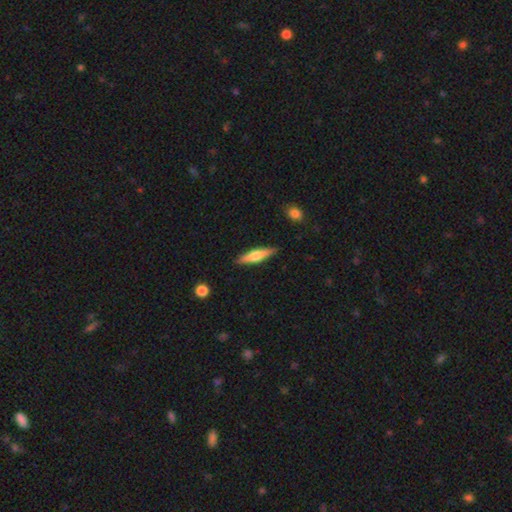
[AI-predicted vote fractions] Morphology: type=smooth (51%); roundness=cigar-shaped (79%); merging=none (89%).